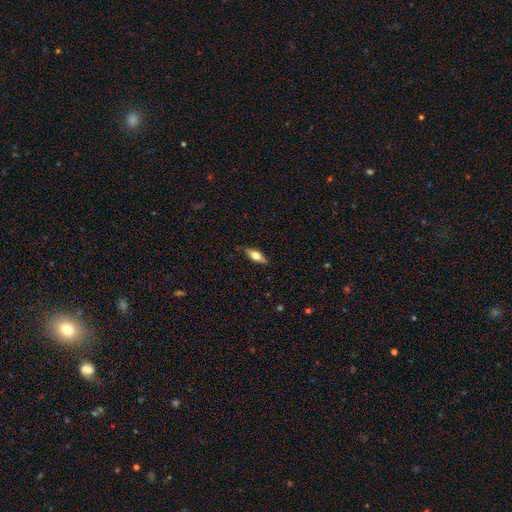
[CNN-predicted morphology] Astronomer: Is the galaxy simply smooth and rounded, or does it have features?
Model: smooth — 53% (runner-up: featured or disk, 41%).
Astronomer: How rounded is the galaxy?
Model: in between — 61% (runner-up: cigar-shaped, 36%).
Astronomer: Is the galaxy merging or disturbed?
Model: none — 84%.